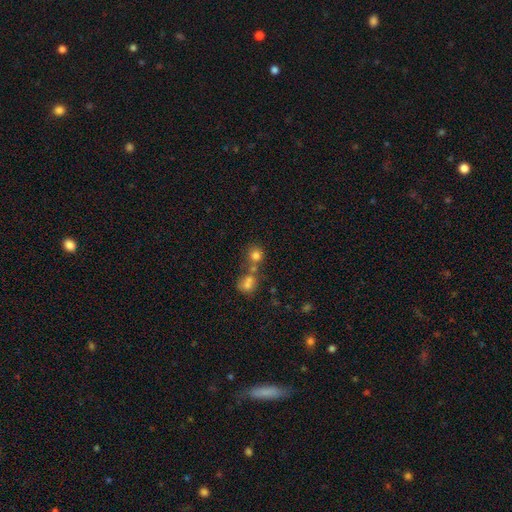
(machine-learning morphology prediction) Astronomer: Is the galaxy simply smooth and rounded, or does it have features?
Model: smooth — 76%.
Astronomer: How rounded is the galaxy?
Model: round — 86%.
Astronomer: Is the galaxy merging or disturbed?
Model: none — 53% (runner-up: merger, 35%).